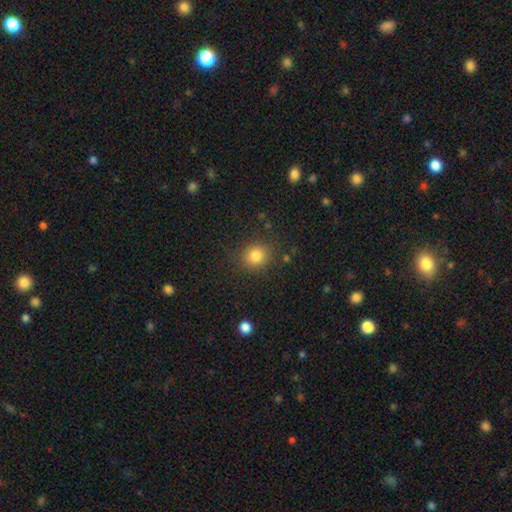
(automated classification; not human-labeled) A smooth galaxy with no disk features (83%) that is round (81%).

Vote fractions:
- Smooth or featured? smooth: 83% / star or artifact: 12% / featured or disk: 5%
- How rounded? round: 81% / in between: 18% / cigar-shaped: 1%
- Merging? none: 85% / minor disturbance: 10% / major disturbance: 4% / merger: 2%